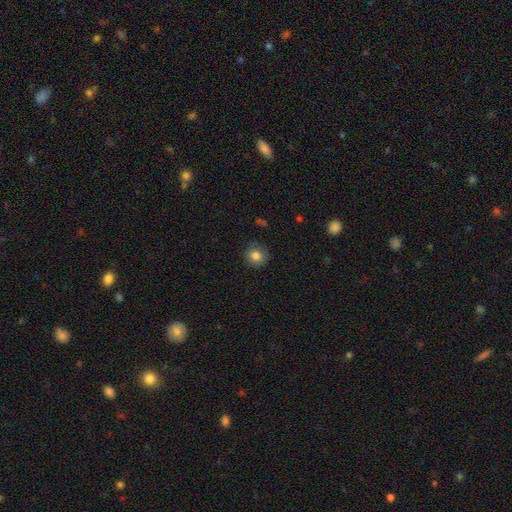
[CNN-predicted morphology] The model was most divided on "merging": none: 83%, minor disturbance: 13%, major disturbance: 3%, merger: 1%. More confident: how rounded — round (88%); smooth or featured — smooth (83%).